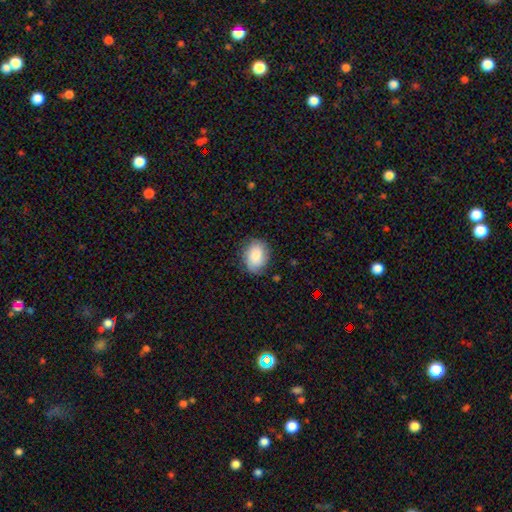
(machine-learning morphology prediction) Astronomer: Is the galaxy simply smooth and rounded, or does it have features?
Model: smooth — 84%.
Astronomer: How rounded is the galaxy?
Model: in between — 69%.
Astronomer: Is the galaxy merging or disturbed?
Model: none — 77%.